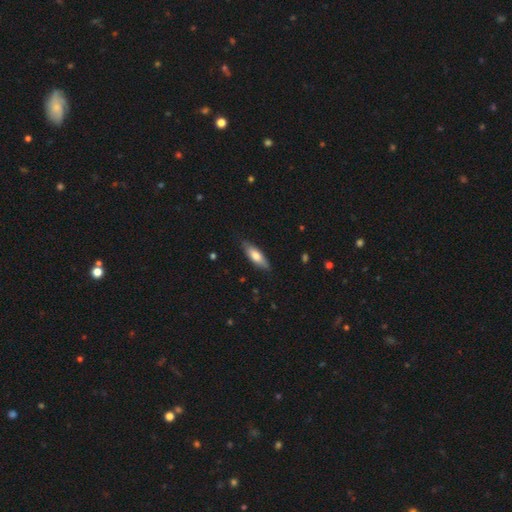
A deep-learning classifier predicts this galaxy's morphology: smooth-or-featured: smooth: 68% | featured or disk: 26% | star or artifact: 6%
  how-rounded: in between: 56% | cigar-shaped: 42% | round: 2%
  merging: none: 82% | minor disturbance: 15% | major disturbance: 2% | merger: 1%